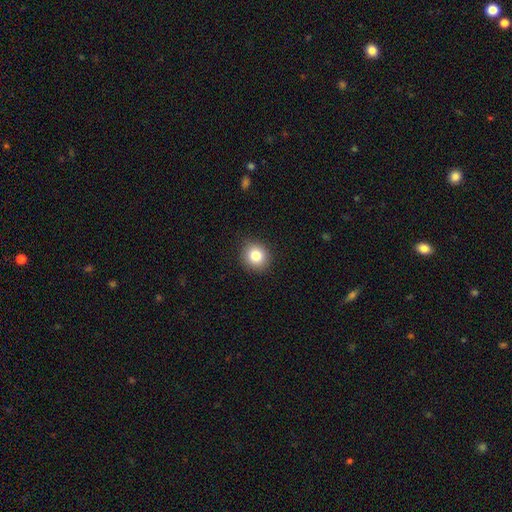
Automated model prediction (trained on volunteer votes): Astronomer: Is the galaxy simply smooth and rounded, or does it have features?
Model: smooth — 82%.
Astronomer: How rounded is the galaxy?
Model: round — 87%.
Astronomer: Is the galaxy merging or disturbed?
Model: none — 90%.